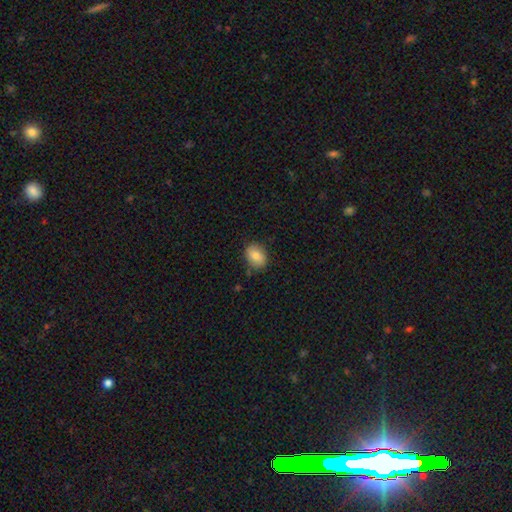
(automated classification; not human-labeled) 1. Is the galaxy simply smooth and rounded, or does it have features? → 81% smooth, 11% featured or disk, 8% star or artifact.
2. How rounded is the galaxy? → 61% in between, 38% round, 1% cigar-shaped.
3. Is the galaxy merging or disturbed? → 81% none, 14% minor disturbance, 3% major disturbance, 2% merger.